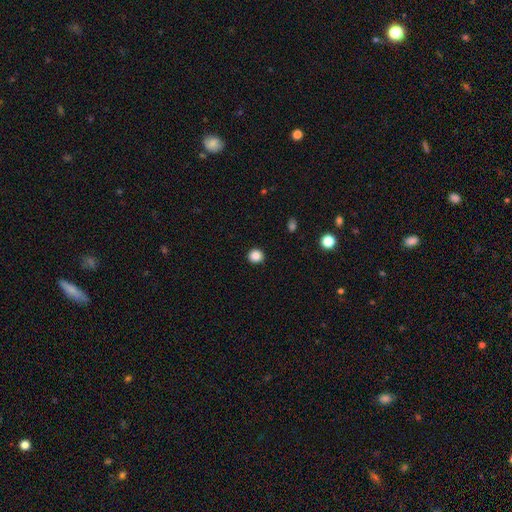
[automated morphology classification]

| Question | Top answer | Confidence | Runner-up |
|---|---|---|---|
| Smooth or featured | smooth | 86% | star or artifact (10%) |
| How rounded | round | 91% | in between (8%) |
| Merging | none | 93% | minor disturbance (5%) |